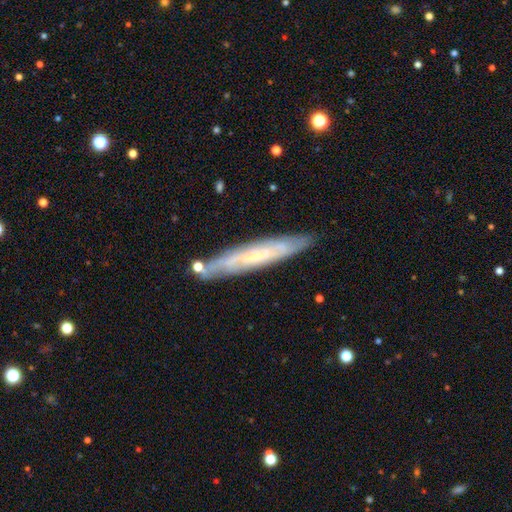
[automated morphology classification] smooth_or_featured: featured or disk (p=0.62) [alt: smooth p=0.32]
disk_edge_on: yes (p=0.66) [alt: no p=0.34]
merging: none (p=0.81) [alt: minor disturbance p=0.13]